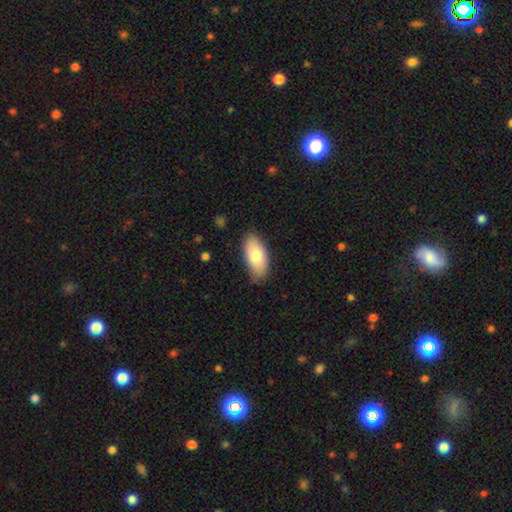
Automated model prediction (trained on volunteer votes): Overall: smooth (77%). How rounded: in between (91%). Merging: none (81%).